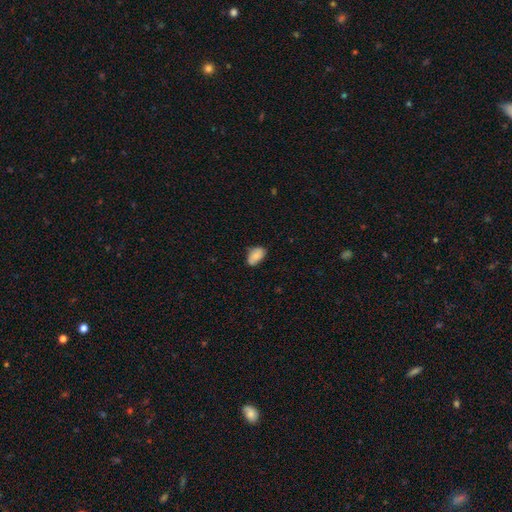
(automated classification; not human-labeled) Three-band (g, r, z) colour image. It shows a smooth galaxy with no disk features (83%) that is in between round and cigar-shaped (91%). Merging: none (71%).